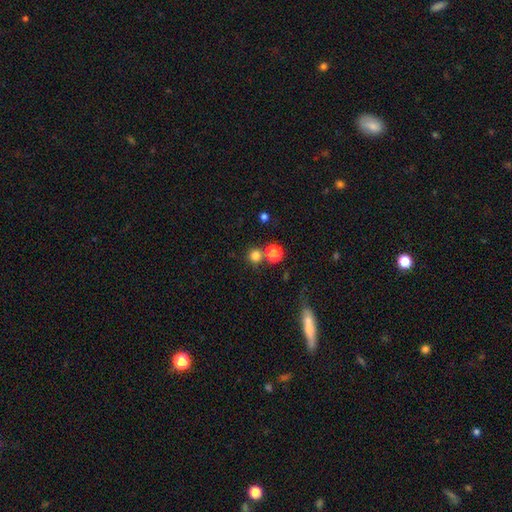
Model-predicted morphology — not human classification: Q: Smooth or featured?
A: smooth (78%); runner-up: star or artifact (16%)
Q: How rounded?
A: round (92%); runner-up: in between (7%)
Q: Merging?
A: none (72%); runner-up: merger (18%)